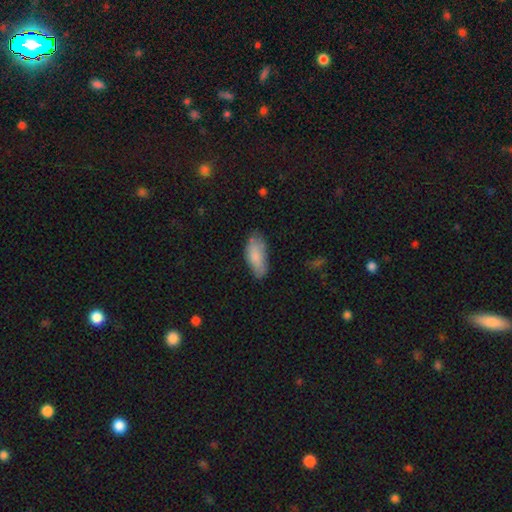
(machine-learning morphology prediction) Smooth or featured?
  - smooth: 84% *
  - featured or disk: 10%
  - star or artifact: 6%
How rounded?
  - in between: 83% *
  - cigar-shaped: 15%
  - round: 2%
Merging?
  - none: 68% *
  - minor disturbance: 24%
  - major disturbance: 5%
  - merger: 2%